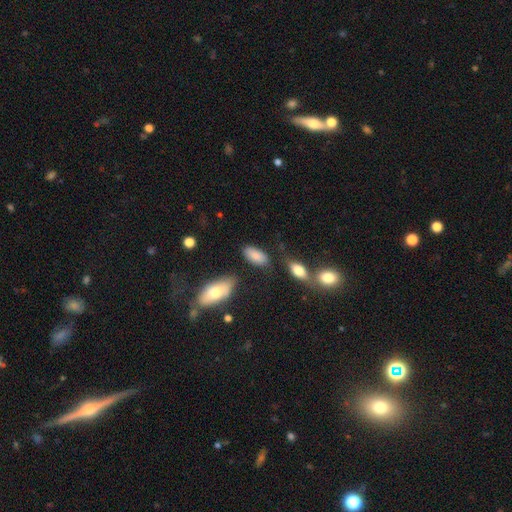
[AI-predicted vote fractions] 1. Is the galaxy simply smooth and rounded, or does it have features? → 85% smooth, 8% featured or disk, 7% star or artifact.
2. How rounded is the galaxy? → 91% in between, 6% cigar-shaped, 3% round.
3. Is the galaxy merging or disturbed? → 76% none, 15% minor disturbance, 5% merger, 4% major disturbance.